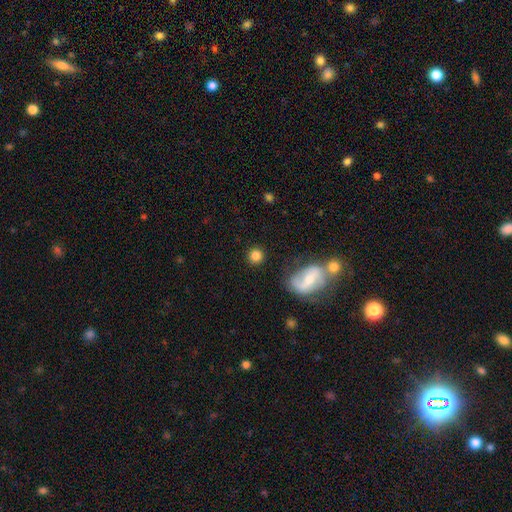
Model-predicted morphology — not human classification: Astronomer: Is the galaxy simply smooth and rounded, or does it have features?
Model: smooth — 80%.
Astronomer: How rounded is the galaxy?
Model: round — 89%.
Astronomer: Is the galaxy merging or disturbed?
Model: none — 83%.